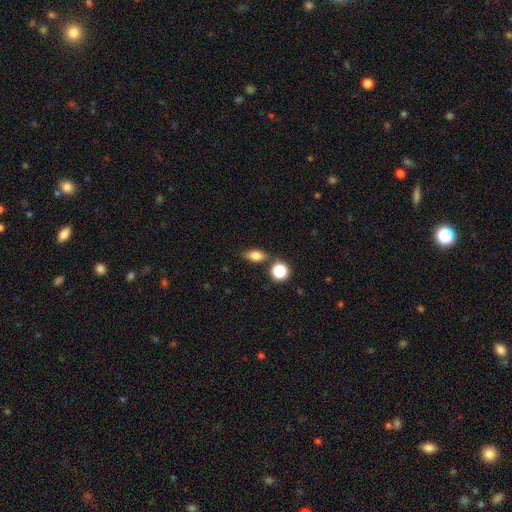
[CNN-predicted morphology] smooth-or-featured: smooth: 78% | featured or disk: 11% | star or artifact: 11%
  how-rounded: in between: 75% | round: 17% | cigar-shaped: 9%
  merging: none: 74% | minor disturbance: 12% | merger: 10% | major disturbance: 3%